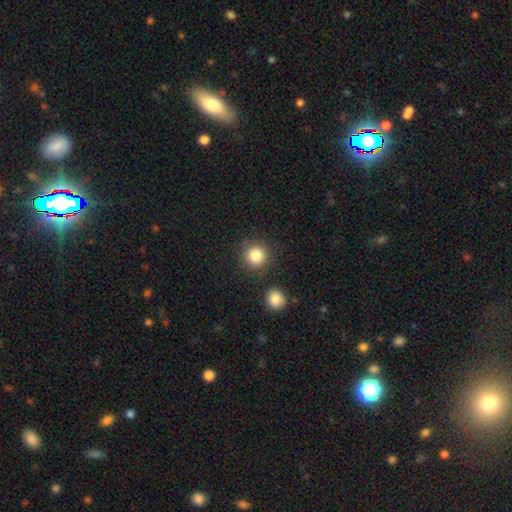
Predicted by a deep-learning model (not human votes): Overall: smooth (85%). How rounded: round (92%). Merging: none (82%).